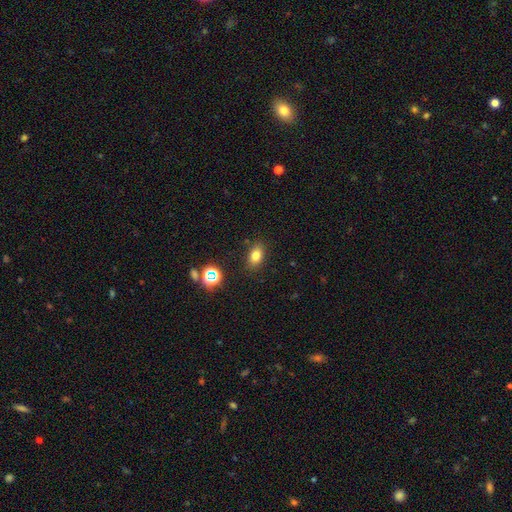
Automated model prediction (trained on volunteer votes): Smooth or featured: smooth — 77% (star or artifact — 14%)
How rounded: in between — 80% (round — 18%)
Merging: none — 85% (minor disturbance — 10%)